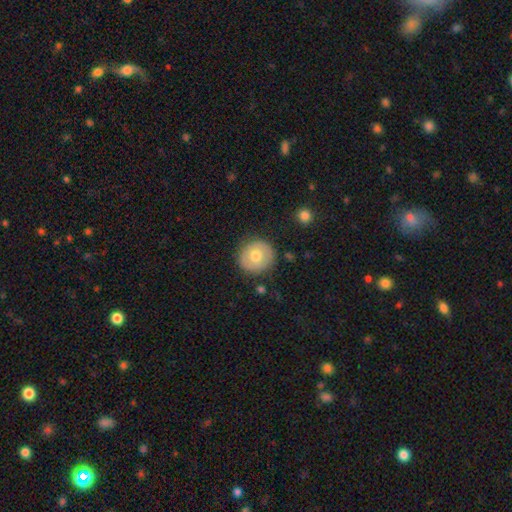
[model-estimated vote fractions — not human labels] The model was most divided on "smooth or featured": smooth: 67%, featured or disk: 26%, star or artifact: 7%. More confident: how rounded — round (91%); merging — none (86%).